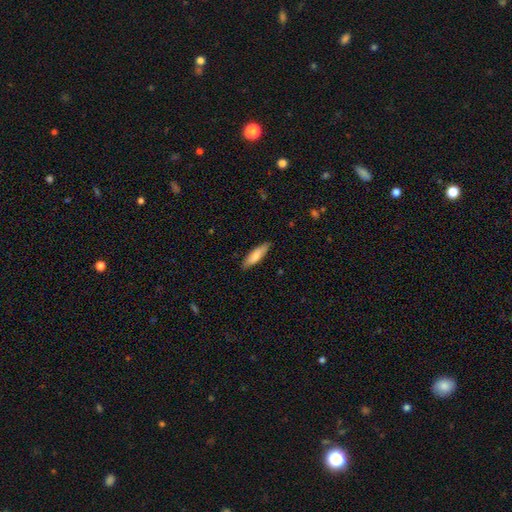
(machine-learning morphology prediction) Smooth or featured? Predicted: smooth (p=0.77). How rounded? Predicted: cigar-shaped (p=0.68). Merging? Predicted: none (p=0.85).